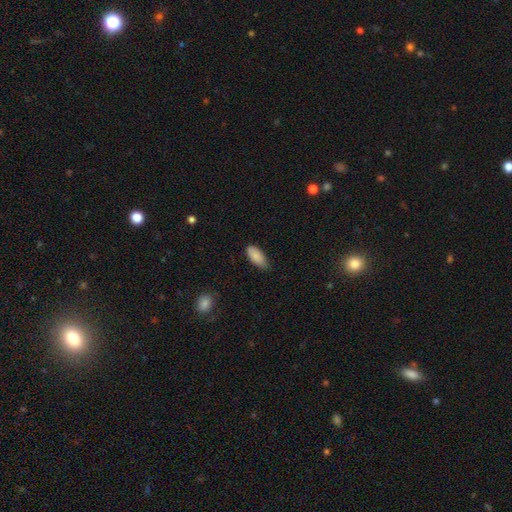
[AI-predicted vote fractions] The model was most divided on "merging": none: 75%, minor disturbance: 21%, major disturbance: 3%, merger: 1%. More confident: smooth or featured — smooth (88%); how rounded — in between (85%).